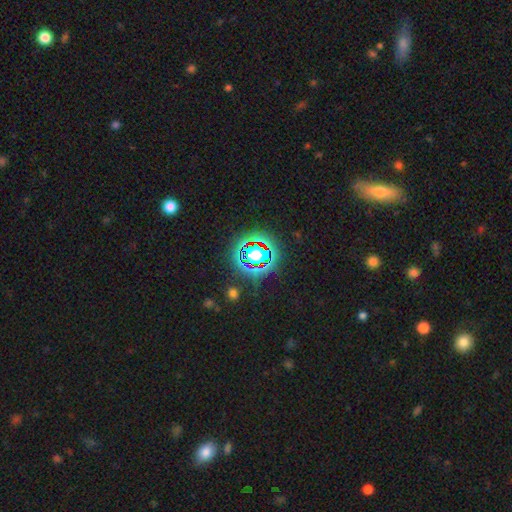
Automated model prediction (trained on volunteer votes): Q: Smooth or featured?
A: star or artifact (67%); runner-up: smooth (21%)